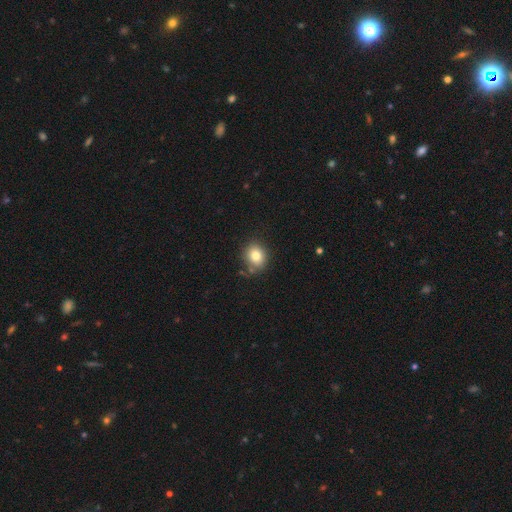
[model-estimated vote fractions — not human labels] A smooth galaxy with no disk features (80%) that is round (70%). Merging: none (78%).